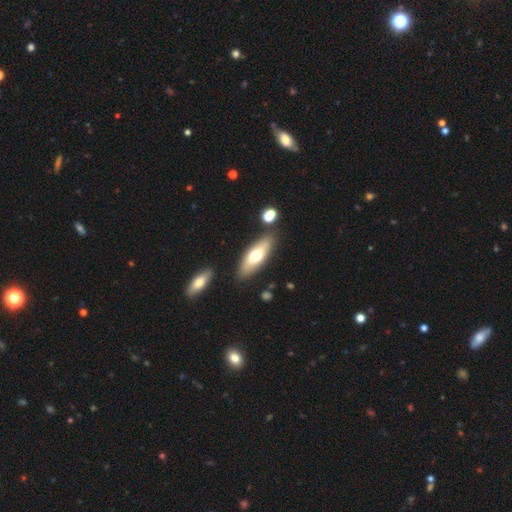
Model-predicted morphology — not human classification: Smooth or featured? smooth (64%)
How rounded? in between (62%)
Merging? none (83%)